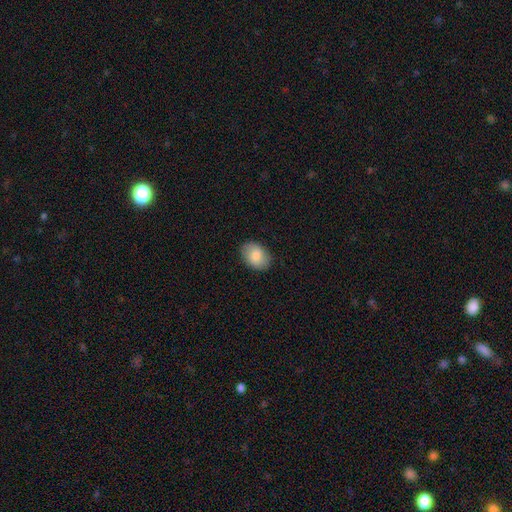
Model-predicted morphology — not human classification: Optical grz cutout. It shows a smooth galaxy with no disk features (82%) that is in between round and cigar-shaped (78%). Merging: none (86%).